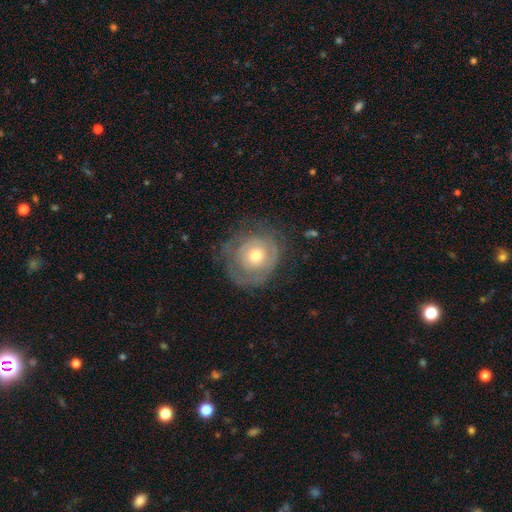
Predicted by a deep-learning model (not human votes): Morphology: type=featured or disk (57%); edge-on=no (96%); bar=no (86%); spiral arms=yes (58%); bulge=moderate (60%); merging=none (63%).